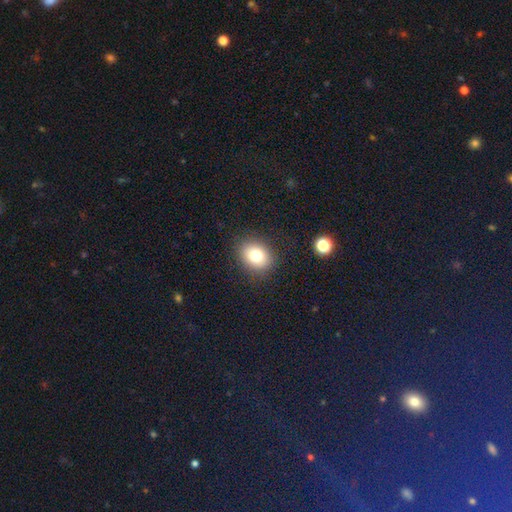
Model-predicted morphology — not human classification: smooth-or-featured: smooth: 78% | star or artifact: 11% | featured or disk: 10%
  how-rounded: in between: 50% | round: 49% | cigar-shaped: 1%
  merging: none: 87% | minor disturbance: 9% | major disturbance: 3% | merger: 1%